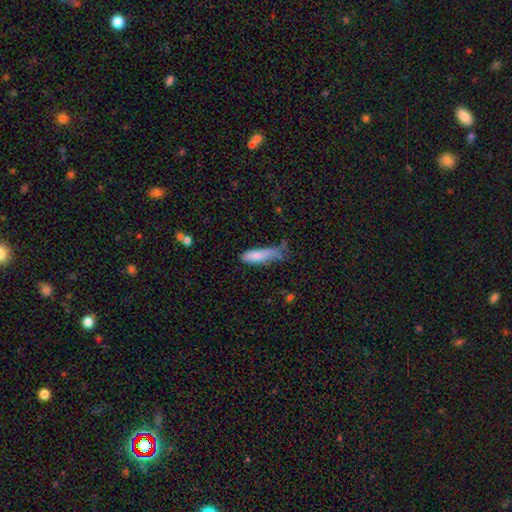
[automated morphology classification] Q: Smooth or featured?
A: smooth (76%); runner-up: featured or disk (16%)
Q: How rounded?
A: cigar-shaped (60%); runner-up: in between (38%)
Q: Merging?
A: minor disturbance (39%); runner-up: none (37%)